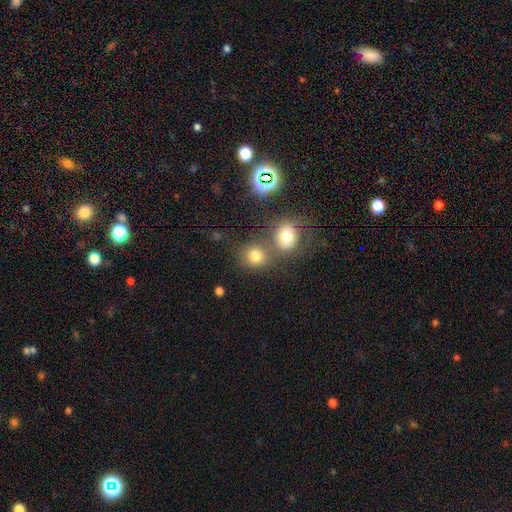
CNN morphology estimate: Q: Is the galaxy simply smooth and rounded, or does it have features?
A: smooth — 75%.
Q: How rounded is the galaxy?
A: round — 81%.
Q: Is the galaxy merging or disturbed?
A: none — 60%.